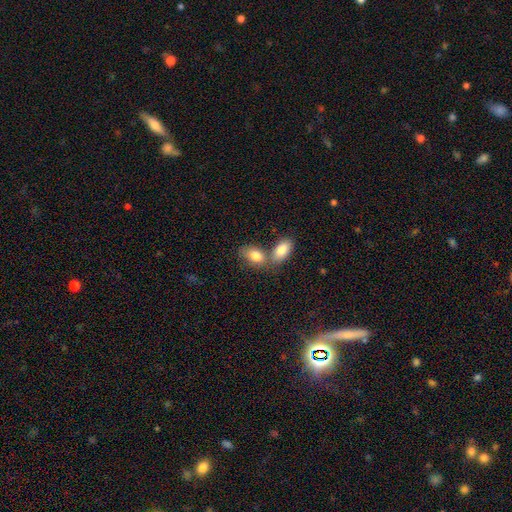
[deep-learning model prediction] This appears to be a smooth galaxy with no disk features (81%) that is in between round and cigar-shaped (90%). Merging: merger (52%).